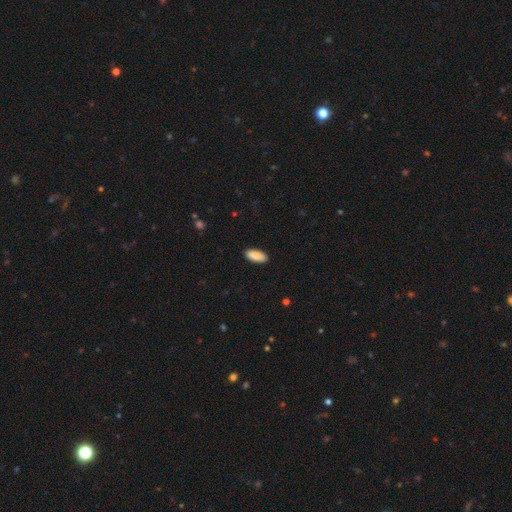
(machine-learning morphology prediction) smooth 86%, featured or disk 8%, star or artifact 6%. Down the decision tree: how rounded — in between (91%); merging — none (89%).